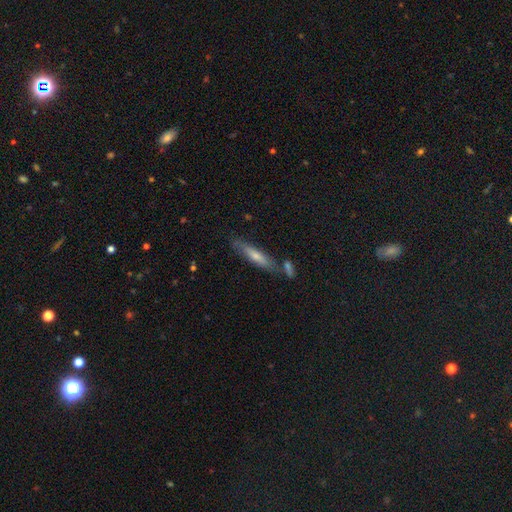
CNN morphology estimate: This is possibly a smooth galaxy (47%). Merging: likely none (73%).